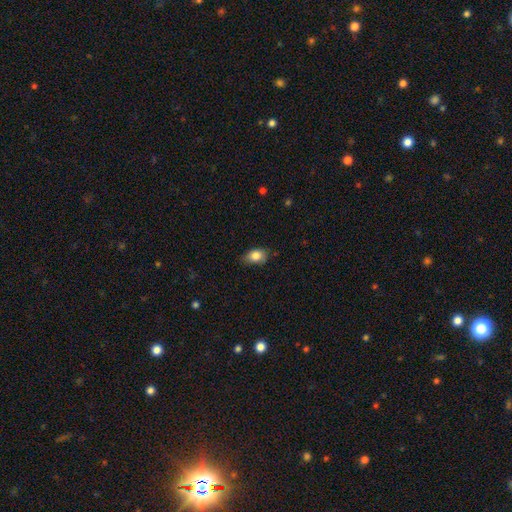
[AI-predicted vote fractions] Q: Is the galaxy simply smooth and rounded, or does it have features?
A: smooth — 84%.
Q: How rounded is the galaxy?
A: in between — 81%.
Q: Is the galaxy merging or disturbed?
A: none — 72%.